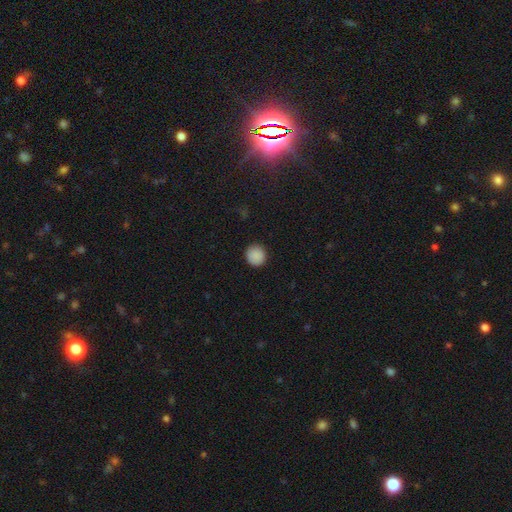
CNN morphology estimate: smooth_or_featured: smooth (p=0.89) [alt: star or artifact p=0.08]
how_rounded: round (p=0.94) [alt: in between p=0.05]
merging: none (p=0.92) [alt: minor disturbance p=0.06]